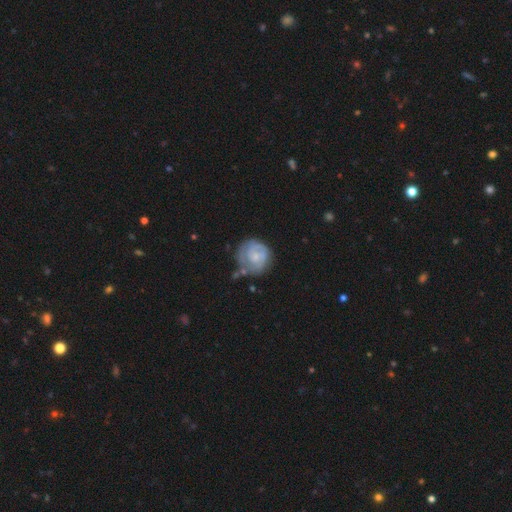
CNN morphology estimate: Q: Smooth or featured?
A: featured or disk (68%); runner-up: smooth (26%)
Q: Edge-on disk?
A: no (98%); runner-up: yes (2%)
Q: Bar?
A: no (67%); runner-up: weak (28%)
Q: Spiral arms?
A: yes (83%); runner-up: no (17%)
Q: Spiral winding?
A: tight (66%); runner-up: medium (26%)
Q: Spiral arm count?
A: 2 (41%); runner-up: can't tell (32%)
Q: Bulge size?
A: small (49%); runner-up: moderate (30%)
Q: Merging?
A: none (64%); runner-up: minor disturbance (21%)